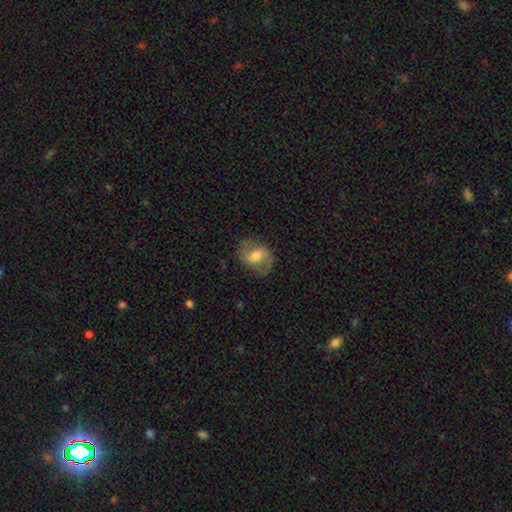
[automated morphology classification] Smooth or featured? featured or disk (61%)
Edge-on disk? no (96%)
Bar? weak (48%)
Spiral arms? yes (83%)
Bulge size? moderate (64%)
Merging? none (76%)